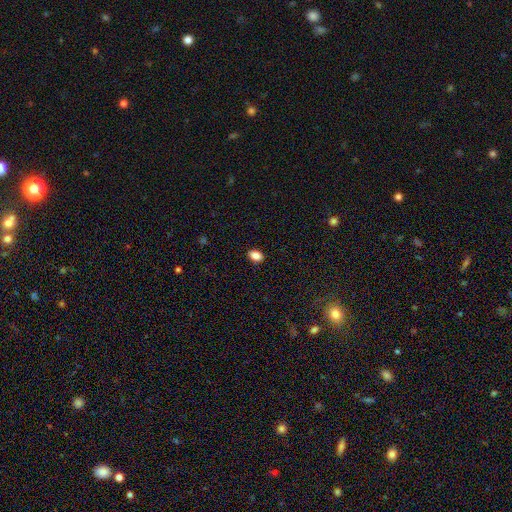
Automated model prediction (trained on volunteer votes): A smooth galaxy with no disk features (86%) that is in between round and cigar-shaped (80%).

Vote fractions:
- Smooth or featured? smooth: 86% / star or artifact: 9% / featured or disk: 4%
- How rounded? in between: 80% / round: 18% / cigar-shaped: 1%
- Merging? none: 89% / minor disturbance: 8% / major disturbance: 2% / merger: 1%